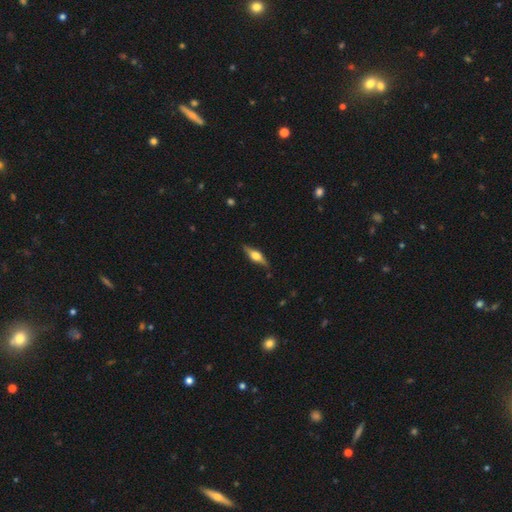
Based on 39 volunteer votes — This is likely a featured or disk galaxy (77%). It is clearly viewed edge-on (100%). Edge-on bulge: clearly rounded (90%). Merging: clearly none (86%).